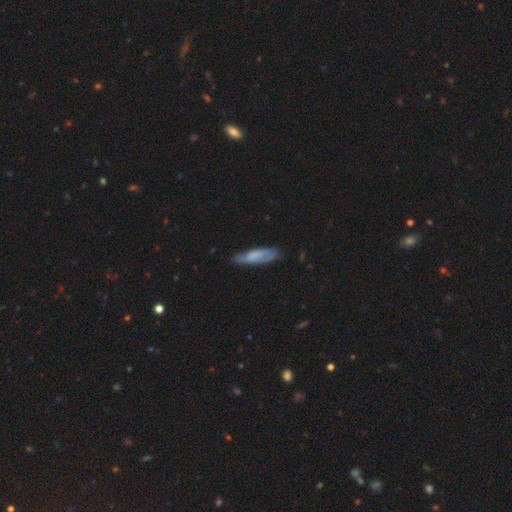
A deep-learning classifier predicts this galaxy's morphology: smooth-or-featured: smooth: 61% | featured or disk: 32% | star or artifact: 7%
  how-rounded: cigar-shaped: 62% | in between: 36% | round: 2%
  merging: none: 69% | minor disturbance: 23% | major disturbance: 6% | merger: 2%